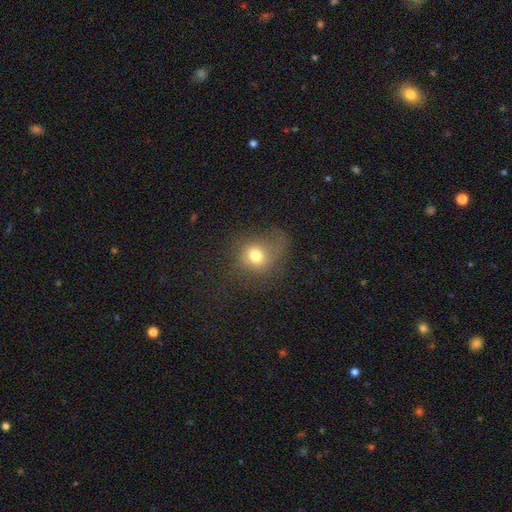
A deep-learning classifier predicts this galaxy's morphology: Smooth or featured: smooth — 70% (featured or disk — 15%)
How rounded: round — 72% (in between — 26%)
Merging: none — 52% (major disturbance — 25%)